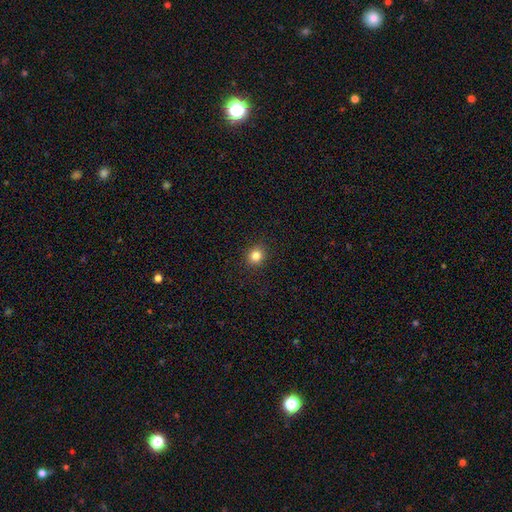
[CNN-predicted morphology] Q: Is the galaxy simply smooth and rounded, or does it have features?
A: smooth — 83%.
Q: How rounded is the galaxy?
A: round — 83%.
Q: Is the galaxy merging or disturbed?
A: none — 91%.